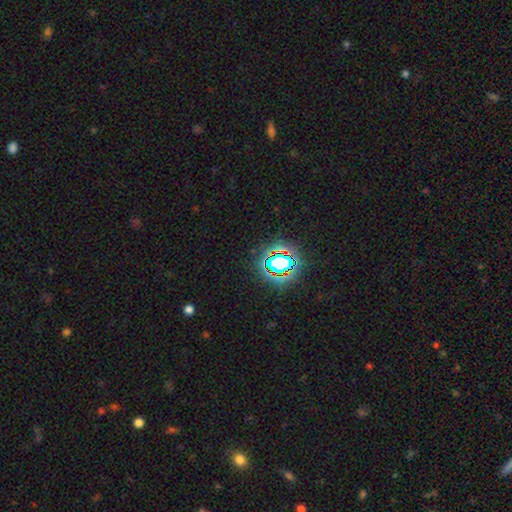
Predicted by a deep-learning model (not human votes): star or artifact 80%, smooth 13%, featured or disk 7%.